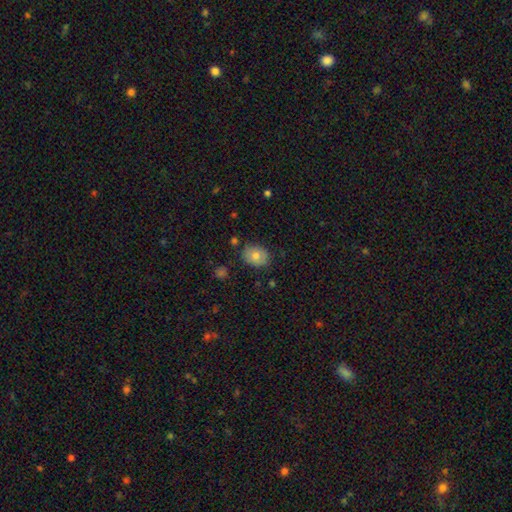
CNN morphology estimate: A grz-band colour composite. It shows a smooth galaxy with no disk features (75%) that is in between round and cigar-shaped (57%). Merging: none (79%).